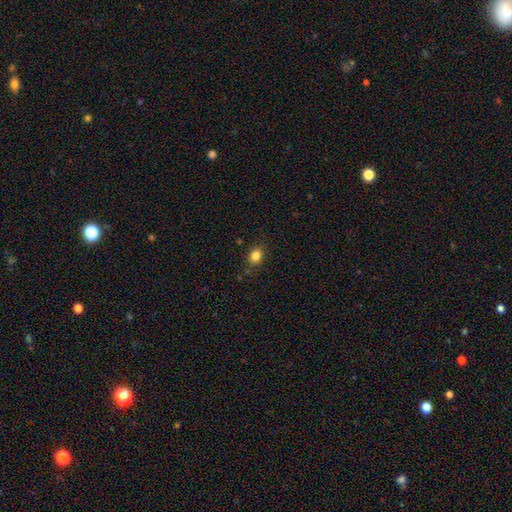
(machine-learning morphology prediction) The model was most divided on "how rounded": round: 51%, in between: 48%, cigar-shaped: 1%. More confident: merging — none (84%); smooth or featured — smooth (84%).